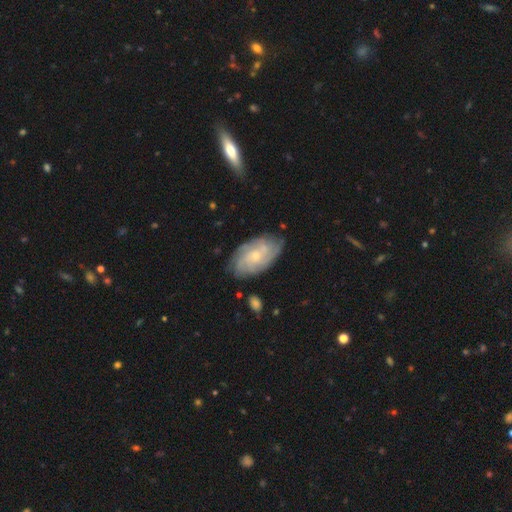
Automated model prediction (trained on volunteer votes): Overall: featured or disk (75%). Edge-on disk: no (95%). Bar: no (76%). Spiral arms: yes (92%). Spiral arm count: can't tell (42%; 4 23%). Spiral winding: tight (64%; medium 27%). Bulge size: small (72%). Merging: none (78%).